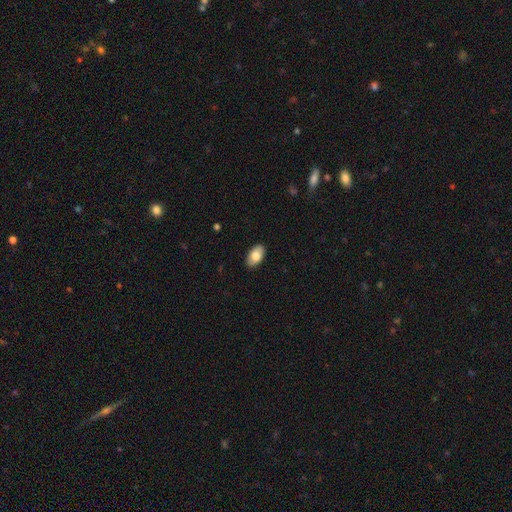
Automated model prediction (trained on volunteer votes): Q: Smooth or featured?
A: smooth (79%); runner-up: featured or disk (15%)
Q: How rounded?
A: in between (95%); runner-up: round (4%)
Q: Merging?
A: none (89%); runner-up: minor disturbance (8%)